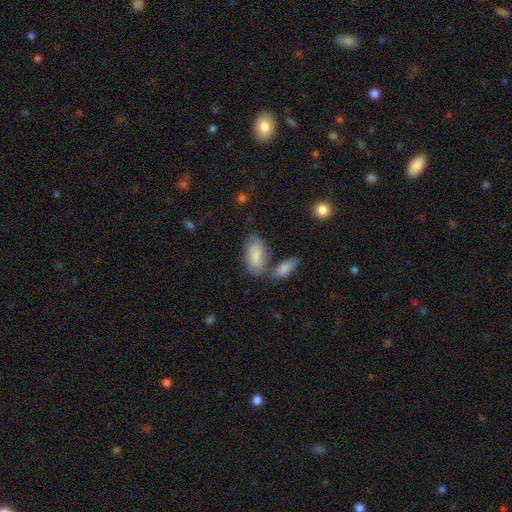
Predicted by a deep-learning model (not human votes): A smooth galaxy with no disk features (77%) that is in between round and cigar-shaped (92%). Merging: none (50%).